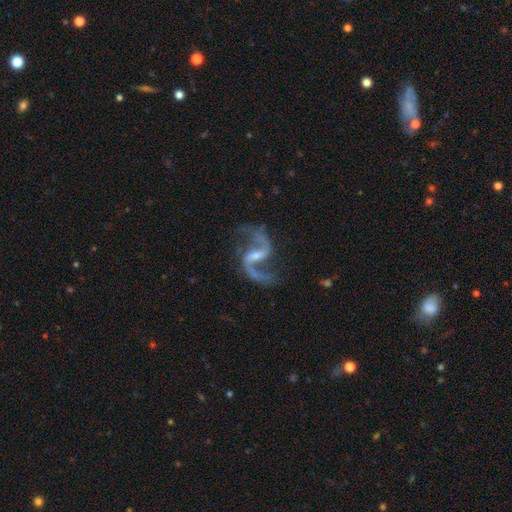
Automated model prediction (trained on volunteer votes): smooth-or-featured: featured or disk: 92% | star or artifact: 5% | smooth: 2%
  disk-edge-on: no: 98% | yes: 2%
    bar: weak: 49% | strong: 34% | no: 17%
    has-spiral-arms: yes: 98% | no: 2%
      spiral-winding: loose: 63% | medium: 31% | tight: 6%
      spiral-arm-count: 2: 94% | 1: 1% | can't tell: 1% | 3: 1% | 4: 1% | more than 4: 1%
    bulge-size: small: 56% | moderate: 28% | none: 13% | large: 2% | dominant: 1%
  merging: none: 77% | minor disturbance: 13% | major disturbance: 8% | merger: 2%